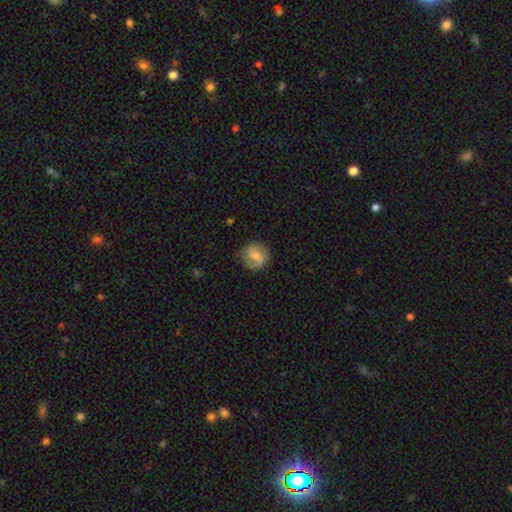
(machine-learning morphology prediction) A smooth galaxy with no disk features (55%) that is round (82%).

Vote fractions:
- Smooth or featured? smooth: 55% / featured or disk: 37% / star or artifact: 8%
- How rounded? round: 82% / in between: 17% / cigar-shaped: 1%
- Merging? none: 76% / minor disturbance: 17% / major disturbance: 6% / merger: 1%